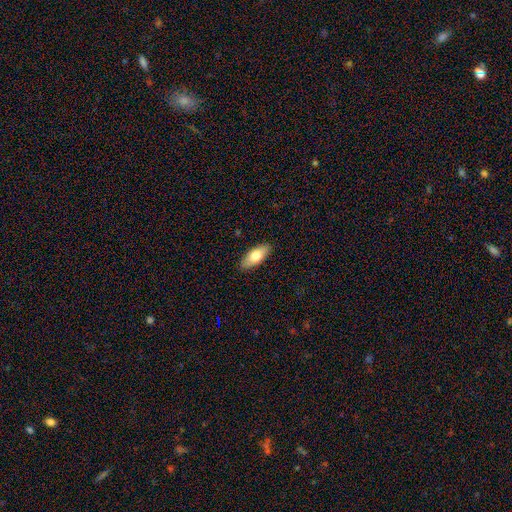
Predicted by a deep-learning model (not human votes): Smooth or featured? Predicted: smooth (p=0.75). How rounded? Predicted: in between (p=0.82). Merging? Predicted: none (p=0.90).